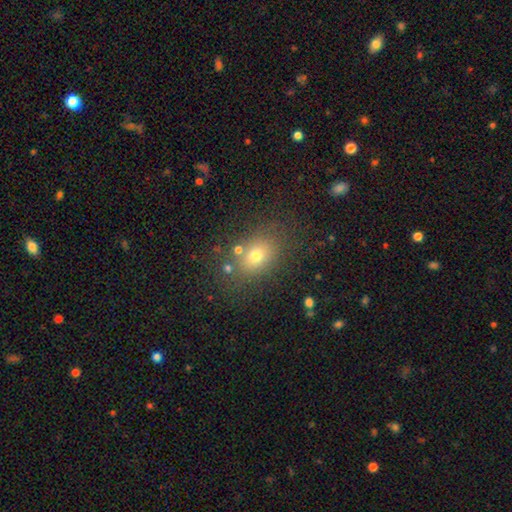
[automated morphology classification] smooth-or-featured: smooth: 70% | star or artifact: 17% | featured or disk: 13%
  how-rounded: in between: 61% | round: 37% | cigar-shaped: 1%
  merging: none: 76% | minor disturbance: 12% | merger: 7% | major disturbance: 6%